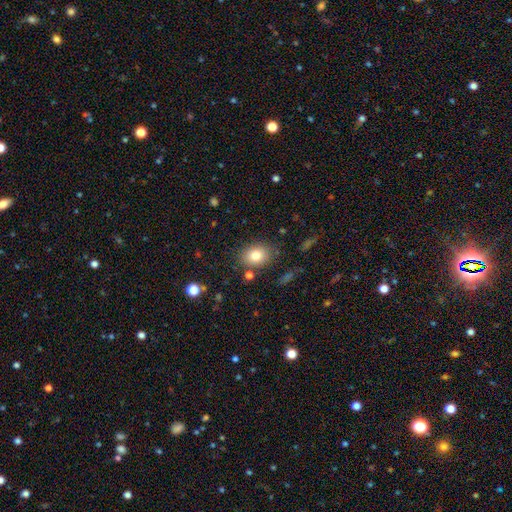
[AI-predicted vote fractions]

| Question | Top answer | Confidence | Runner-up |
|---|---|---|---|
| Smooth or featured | smooth | 79% | featured or disk (10%) |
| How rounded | in between | 65% | round (33%) |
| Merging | none | 81% | minor disturbance (11%) |